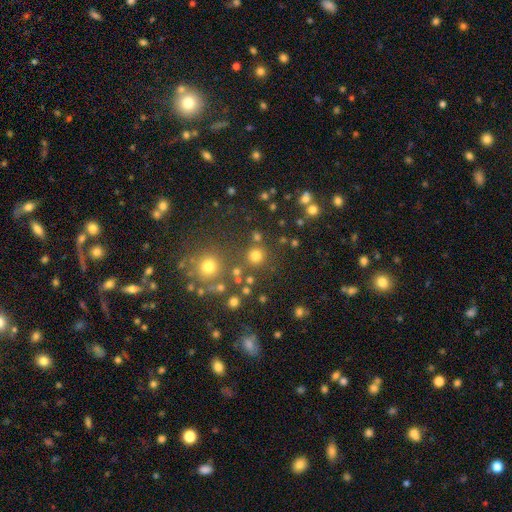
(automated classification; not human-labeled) Smooth or featured: smooth — 76% (star or artifact — 19%)
How rounded: round — 94% (in between — 5%)
Merging: none — 81% (merger — 8%)